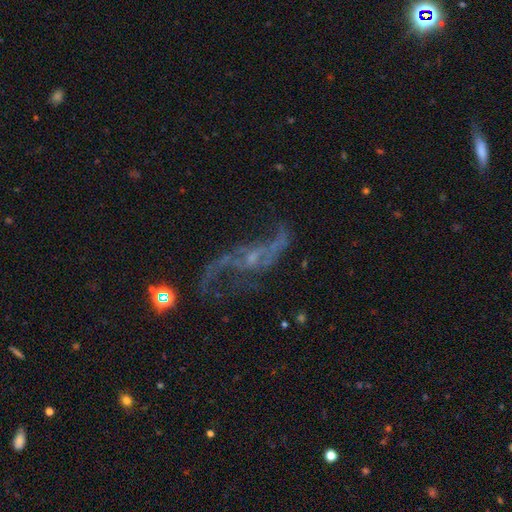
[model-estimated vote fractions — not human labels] This is clearly a featured or disk galaxy (83%). It is clearly not viewed edge-on (92%). Bar: possibly no (57%). Spiral arm pattern: clearly yes (90%). Spiral arm count: clearly 2 (85%). Spiral winding: clearly loose (84%). Central bulge: likely small (71%). Merging: possibly none (57%).